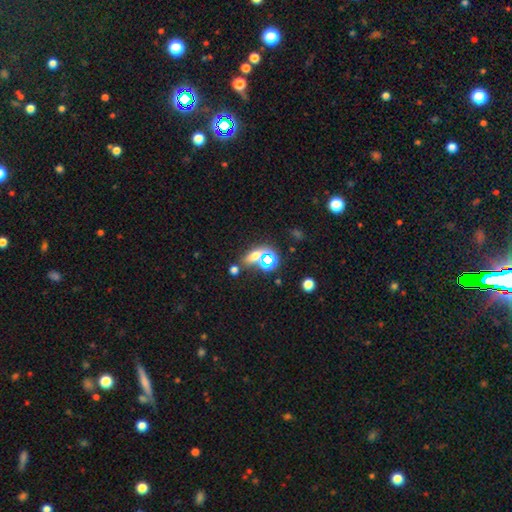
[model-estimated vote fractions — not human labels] Smooth or featured? Predicted: smooth (p=0.48). Merging? Predicted: none (p=0.59).